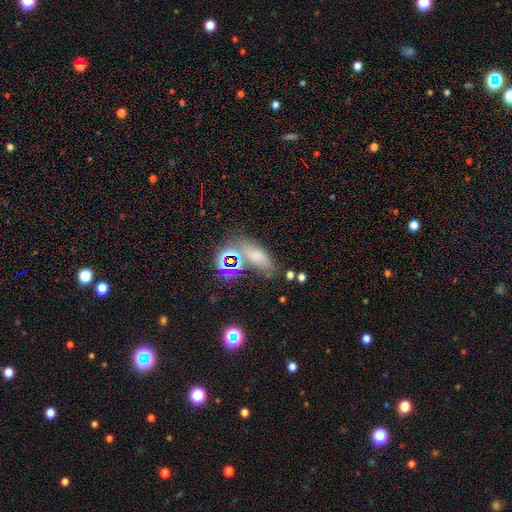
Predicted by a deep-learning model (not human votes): smooth-or-featured: smooth: 61% | star or artifact: 27% | featured or disk: 13%
  how-rounded: in between: 71% | cigar-shaped: 18% | round: 11%
  merging: none: 60% | minor disturbance: 17% | merger: 13% | major disturbance: 9%